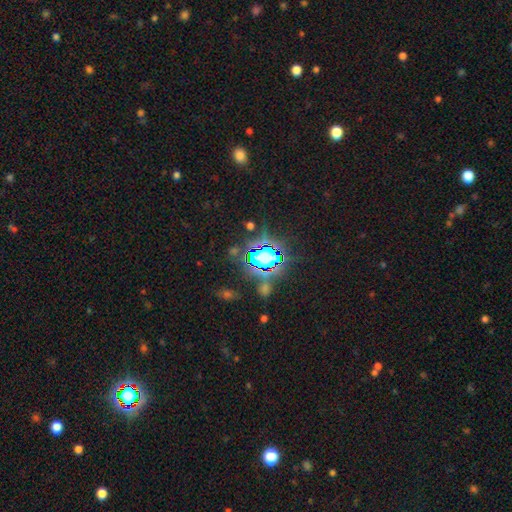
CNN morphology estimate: Smooth or featured?
  - star or artifact: 82% *
  - smooth: 11%
  - featured or disk: 7%